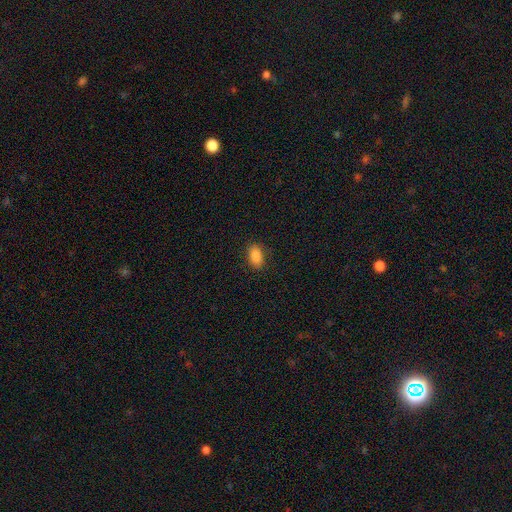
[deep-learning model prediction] smooth_or_featured: smooth (p=0.88) [alt: star or artifact p=0.08]
how_rounded: in between (p=0.91) [alt: round p=0.06]
merging: none (p=0.87) [alt: minor disturbance p=0.10]